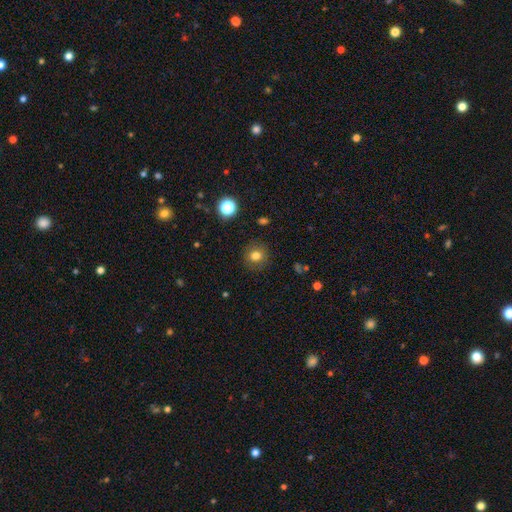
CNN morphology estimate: This appears to be a smooth galaxy with no disk features (79%) that is round (86%). Merging: none (88%).